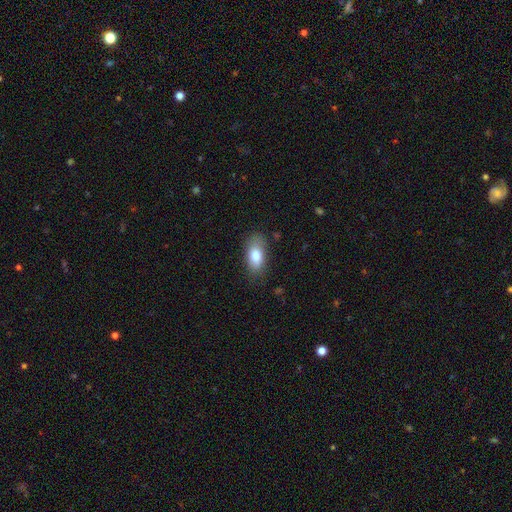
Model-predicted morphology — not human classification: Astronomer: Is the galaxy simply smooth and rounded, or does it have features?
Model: smooth — 81%.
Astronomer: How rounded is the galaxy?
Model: in between — 89%.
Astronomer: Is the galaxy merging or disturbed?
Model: none — 77%.